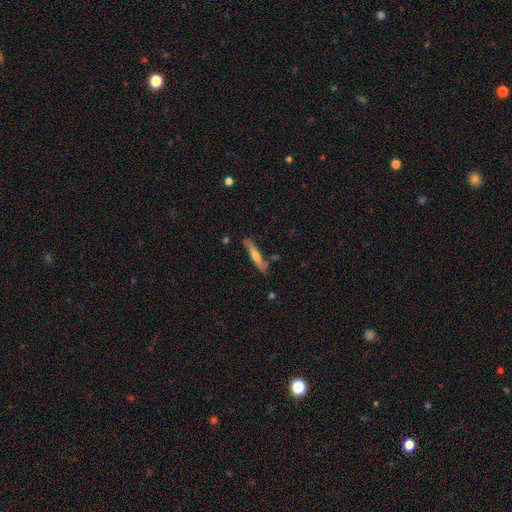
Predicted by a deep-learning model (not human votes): Smooth or featured?
  - featured or disk: 52% *
  - smooth: 43%
  - star or artifact: 6%
Edge-on disk?
  - yes: 91% *
  - no: 9%
Merging?
  - none: 80% *
  - minor disturbance: 14%
  - merger: 4%
  - major disturbance: 2%